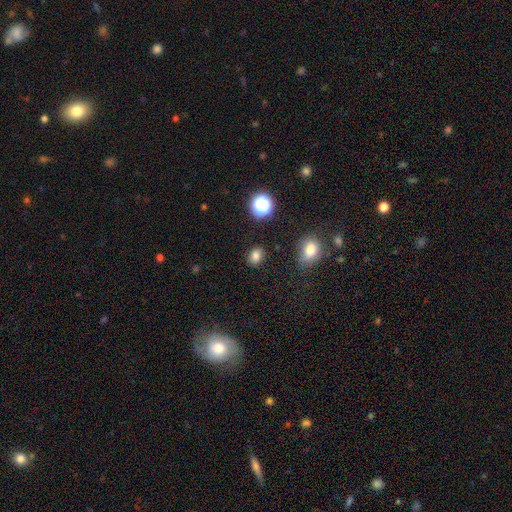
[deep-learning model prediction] The model was most divided on "how rounded": in between: 56%, round: 42%, cigar-shaped: 1%. More confident: merging — none (85%); smooth or featured — smooth (79%).